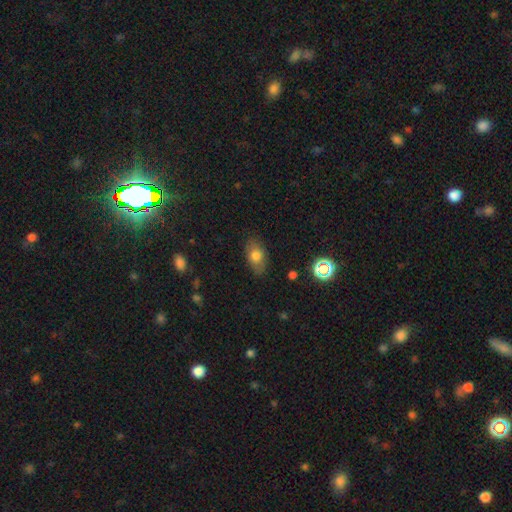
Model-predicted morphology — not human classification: type=smooth (72%); roundness=in between (85%); merging=none (80%).